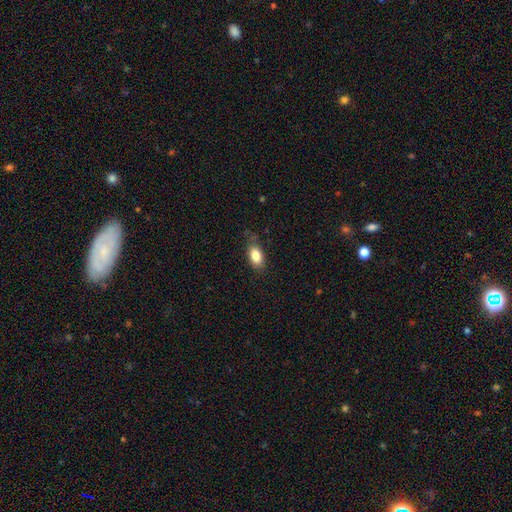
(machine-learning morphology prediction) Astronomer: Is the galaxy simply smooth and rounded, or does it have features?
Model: smooth — 84%.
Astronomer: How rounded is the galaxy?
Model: in between — 89%.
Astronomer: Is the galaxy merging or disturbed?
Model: none — 75%.